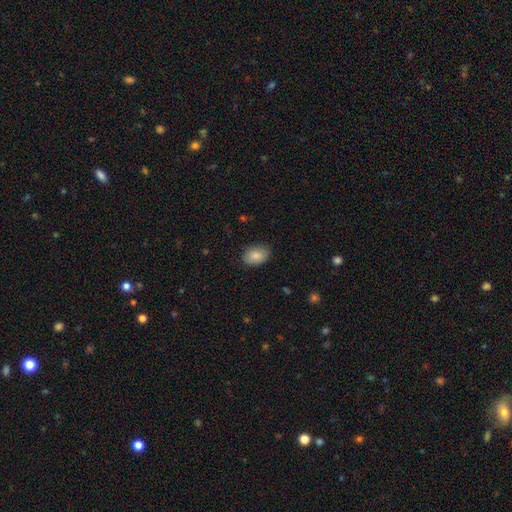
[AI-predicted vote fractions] Morphology: type=smooth (86%); roundness=in between (85%); merging=none (84%).